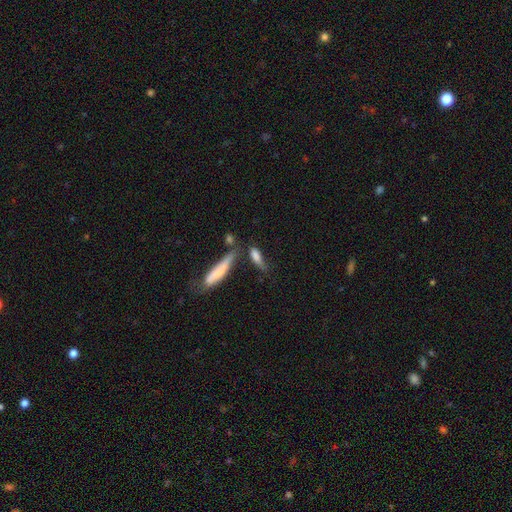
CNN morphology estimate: type=smooth (72%); roundness=cigar-shaped (53%); merging=none (37%).